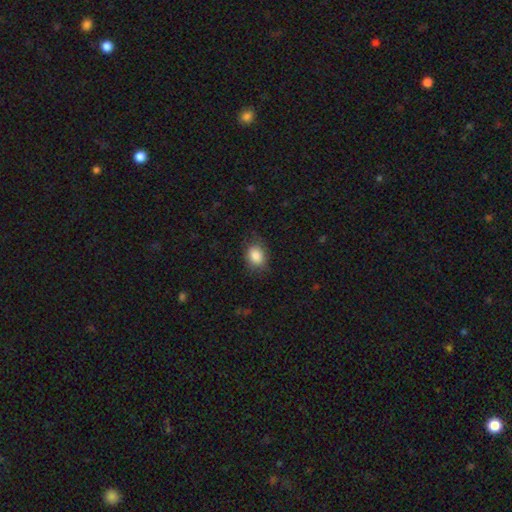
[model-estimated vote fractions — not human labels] Smooth or featured? smooth (86%)
How rounded? in between (64%)
Merging? none (77%)